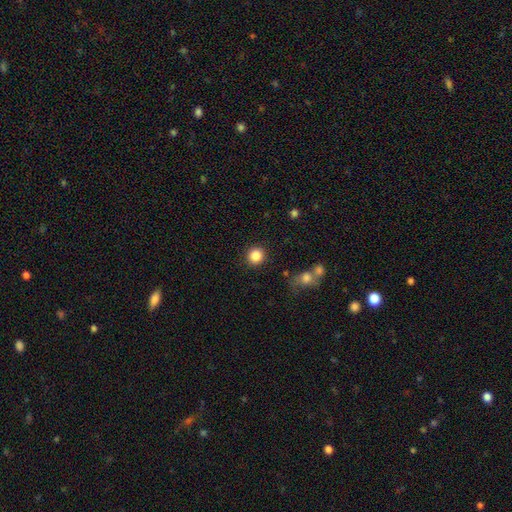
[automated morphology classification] Smooth or featured: smooth — 86% (star or artifact — 10%)
How rounded: round — 90% (in between — 9%)
Merging: none — 89% (minor disturbance — 6%)